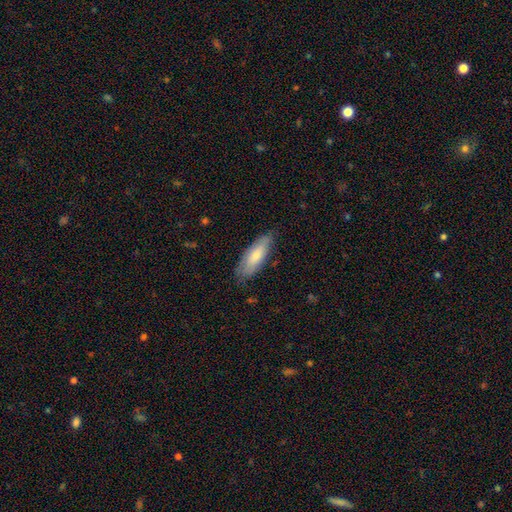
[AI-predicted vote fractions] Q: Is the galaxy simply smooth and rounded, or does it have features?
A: smooth — 74%.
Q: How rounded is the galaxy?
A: in between — 61%.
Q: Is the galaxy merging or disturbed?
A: none — 78%.